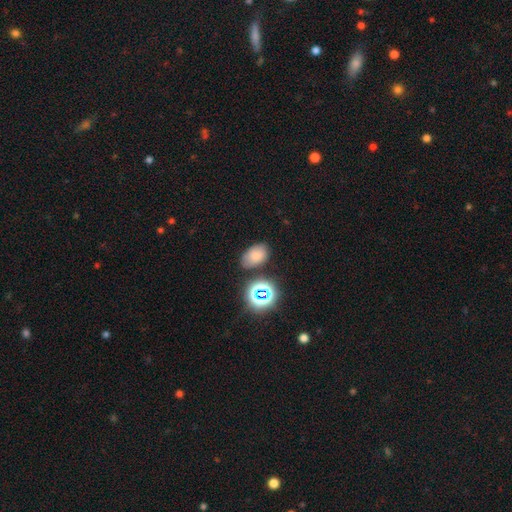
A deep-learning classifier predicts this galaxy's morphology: The model was most divided on "merging": none: 72%, minor disturbance: 17%, merger: 6%, major disturbance: 5%. More confident: how rounded — in between (85%); smooth or featured — smooth (73%).